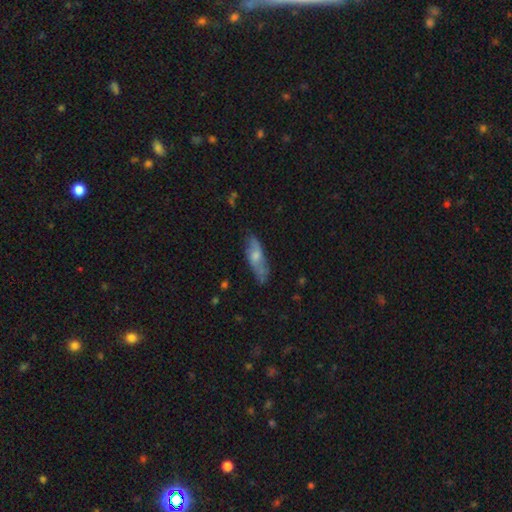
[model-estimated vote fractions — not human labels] This is possibly a smooth galaxy (49%). Merging: likely none (74%).